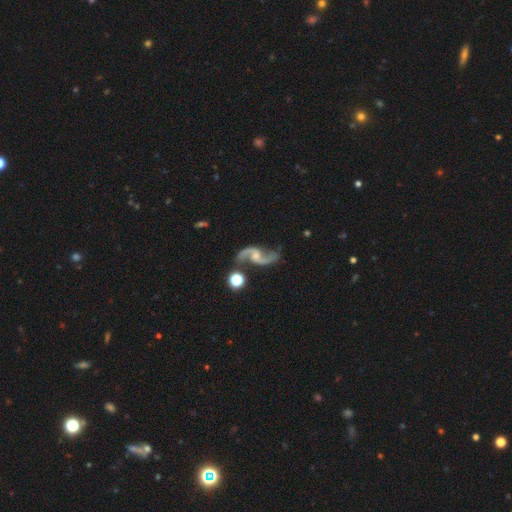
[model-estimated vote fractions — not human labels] featured or disk 91%, star or artifact 5%, smooth 4%. Down the decision tree: edge-on disk — no (97%); bar — no (49%); spiral arms — yes (98%); spiral arm count — 2 (94%); spiral winding — loose (78%); bulge size — small (41%); merging — none (72%).